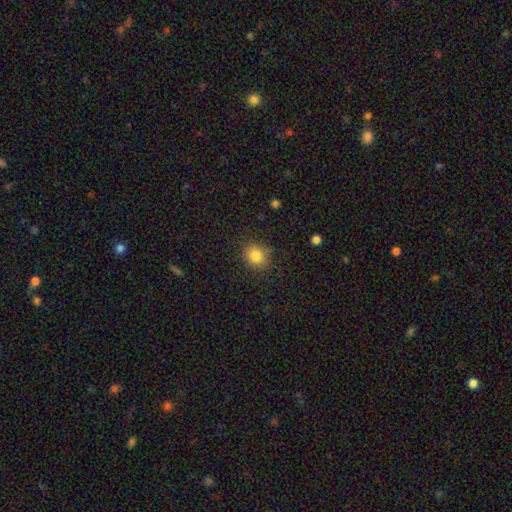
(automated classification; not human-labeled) A smooth galaxy with no disk features (83%) that is round (74%). Merging: none (83%).